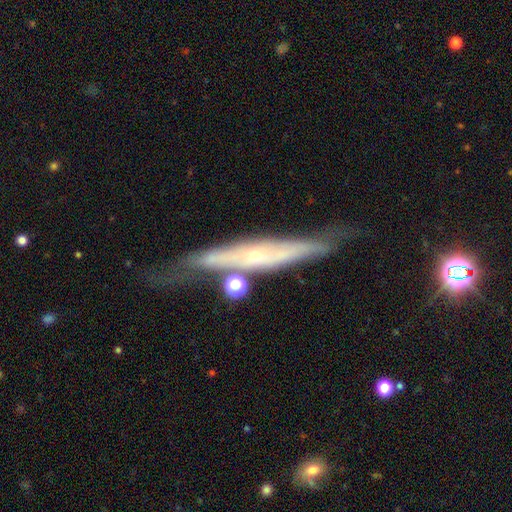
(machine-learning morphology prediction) The model was most divided on "edge-on bulge": rounded: 64%, none: 32%, boxy: 5%. More confident: smooth or featured — featured or disk (74%); edge-on disk — yes (71%); merging — none (63%).